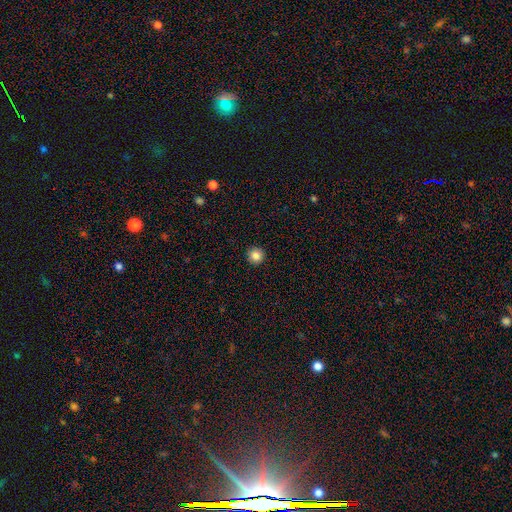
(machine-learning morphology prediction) This appears to be a smooth galaxy with no disk features (85%) that is round (96%). Merging: none (93%).